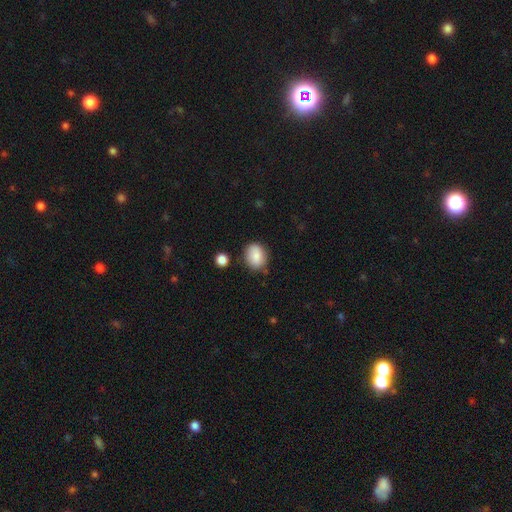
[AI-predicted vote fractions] This appears to be a smooth galaxy with no disk features (84%) that is round (54%). Merging: none (76%).